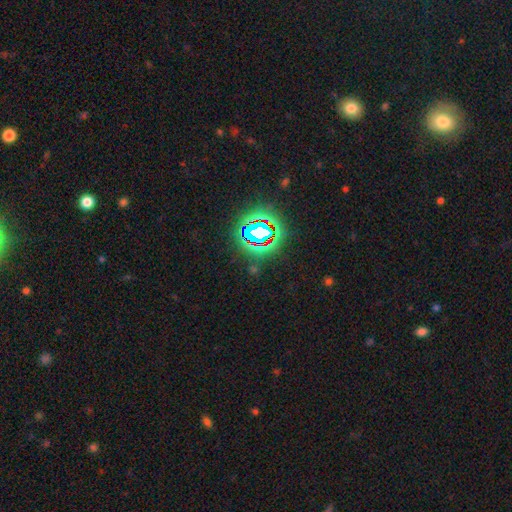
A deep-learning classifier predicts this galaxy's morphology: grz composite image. It shows a star or artifact, not a galaxy (82%).